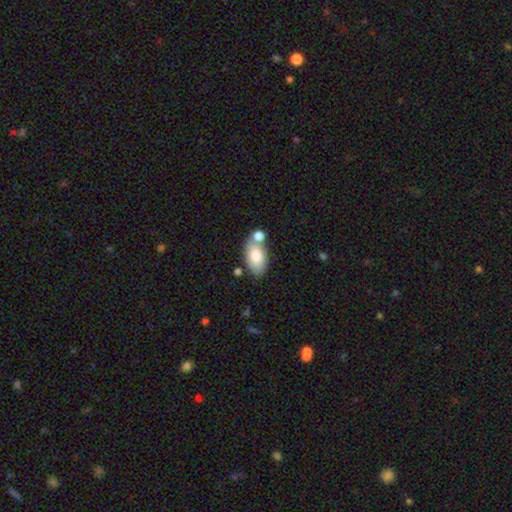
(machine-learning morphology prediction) A smooth galaxy with no disk features (78%) that is in between round and cigar-shaped (94%). Merging: none (59%).